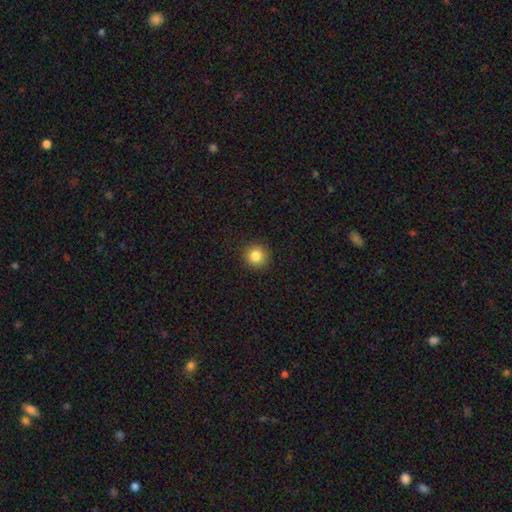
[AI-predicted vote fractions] A smooth galaxy with no disk features (84%) that is round (93%). Merging: none (91%).